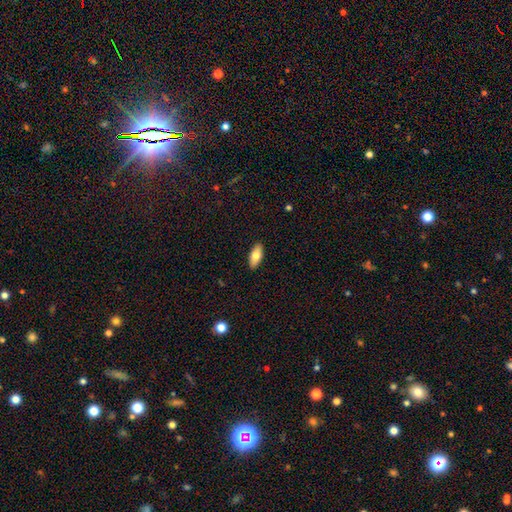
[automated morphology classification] This appears to be a smooth galaxy with no disk features (77%) that is in between round and cigar-shaped (83%). Merging: none (90%).